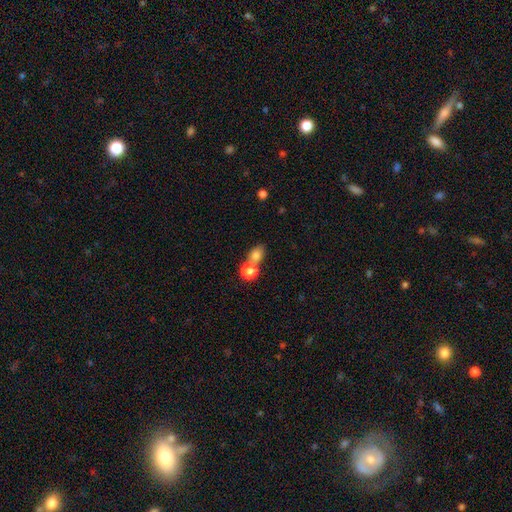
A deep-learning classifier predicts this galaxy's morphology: smooth_or_featured: smooth (p=0.78) [alt: star or artifact p=0.13]
how_rounded: in between (p=0.53) [alt: round p=0.45]
merging: none (p=0.49) [alt: merger p=0.38]